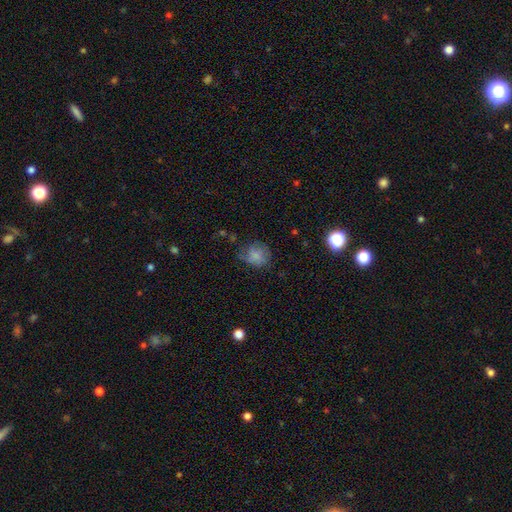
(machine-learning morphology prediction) This appears to be a smooth galaxy with no disk features (66%) that is round (65%). Merging: none (48%).